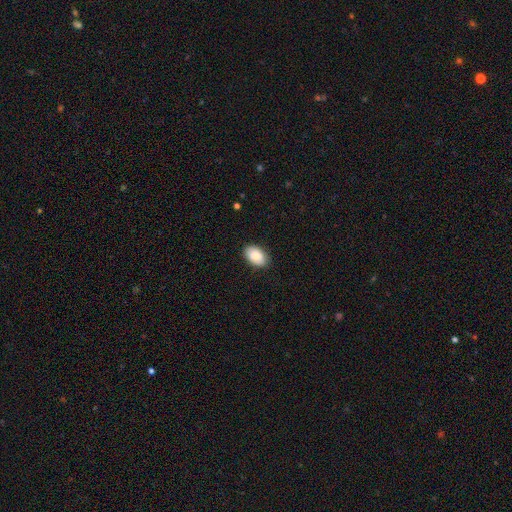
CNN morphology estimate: A smooth galaxy with no disk features (86%) that is in between round and cigar-shaped (90%). Merging: none (86%).